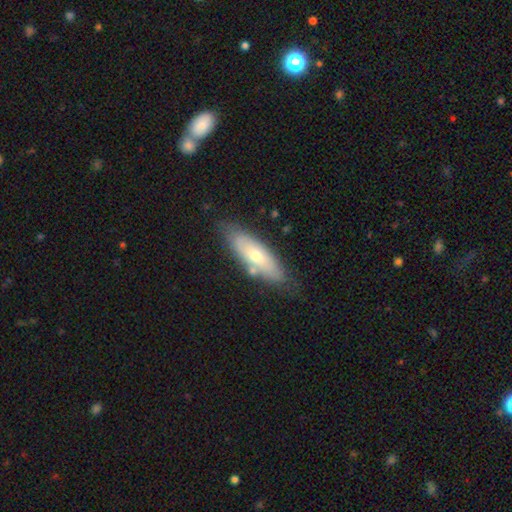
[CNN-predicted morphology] smooth 47%, featured or disk 44%, star or artifact 9%. Down the decision tree: merging — none (79%).